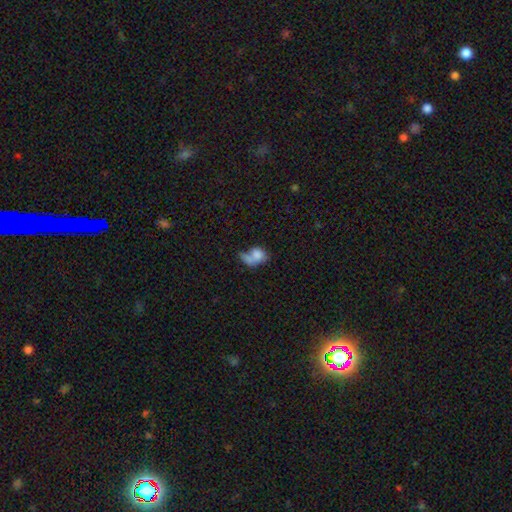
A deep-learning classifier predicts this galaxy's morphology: Smooth or featured?
  - smooth: 71% *
  - featured or disk: 19%
  - star or artifact: 10%
How rounded?
  - in between: 65% *
  - round: 33%
  - cigar-shaped: 2%
Merging?
  - merger: 49% *
  - none: 23%
  - major disturbance: 16%
  - minor disturbance: 12%